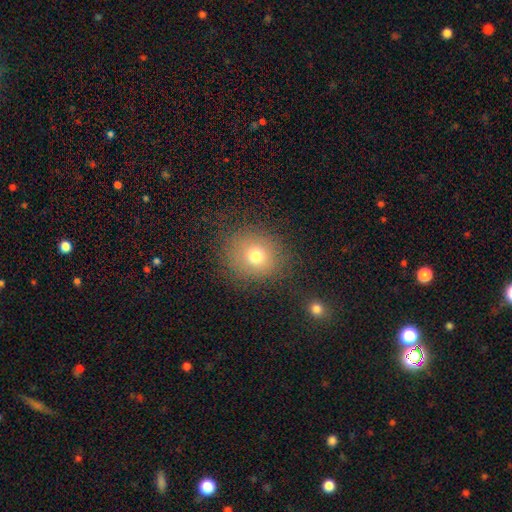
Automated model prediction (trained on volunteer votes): smooth 73%, star or artifact 15%, featured or disk 12%. Down the decision tree: how rounded — round (79%); merging — none (82%).